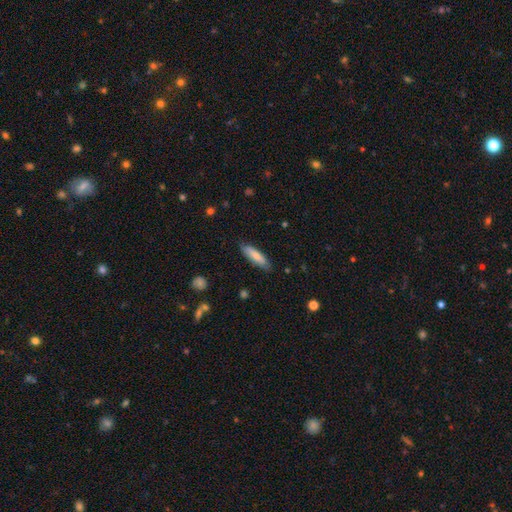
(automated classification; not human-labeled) smooth_or_featured: smooth (p=0.76) [alt: featured or disk p=0.18]
how_rounded: cigar-shaped (p=0.70) [alt: in between p=0.28]
merging: none (p=0.84) [alt: minor disturbance p=0.13]